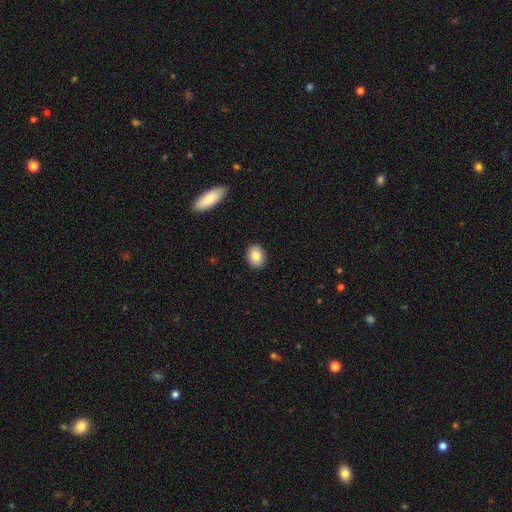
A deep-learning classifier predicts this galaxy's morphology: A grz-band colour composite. It shows a smooth galaxy with no disk features (84%) that is in between round and cigar-shaped (63%). Merging: none (90%).